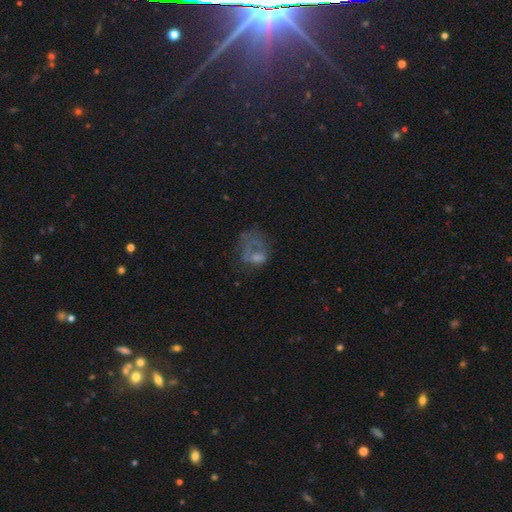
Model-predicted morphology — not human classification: smooth_or_featured: featured or disk (p=0.43) [alt: smooth p=0.42]
merging: major disturbance (p=0.48) [alt: none p=0.27]